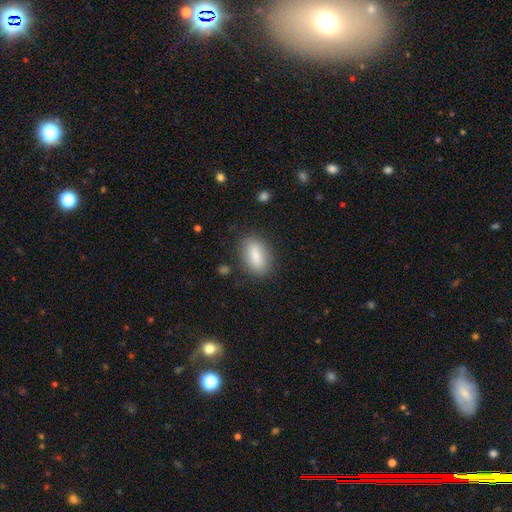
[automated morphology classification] A smooth galaxy with no disk features (84%) that is in between round and cigar-shaped (87%).

Vote fractions:
- Smooth or featured? smooth: 84% / featured or disk: 9% / star or artifact: 7%
- How rounded? in between: 87% / cigar-shaped: 7% / round: 6%
- Merging? none: 83% / minor disturbance: 12% / major disturbance: 4% / merger: 2%